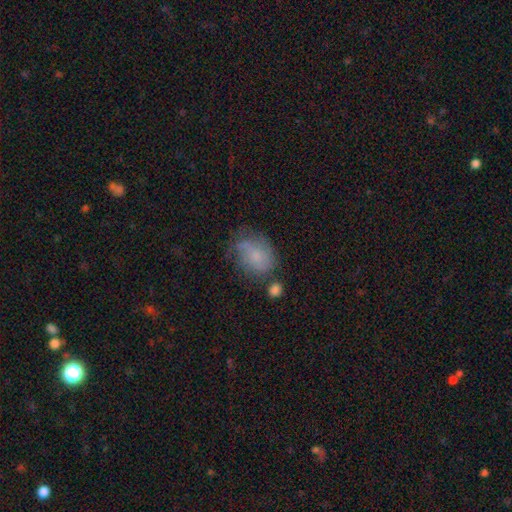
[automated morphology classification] Smooth or featured?
  - smooth: 58% *
  - featured or disk: 32%
  - star or artifact: 10%
How rounded?
  - in between: 63% *
  - round: 36%
  - cigar-shaped: 2%
Merging?
  - none: 46% *
  - minor disturbance: 29%
  - major disturbance: 17%
  - merger: 8%